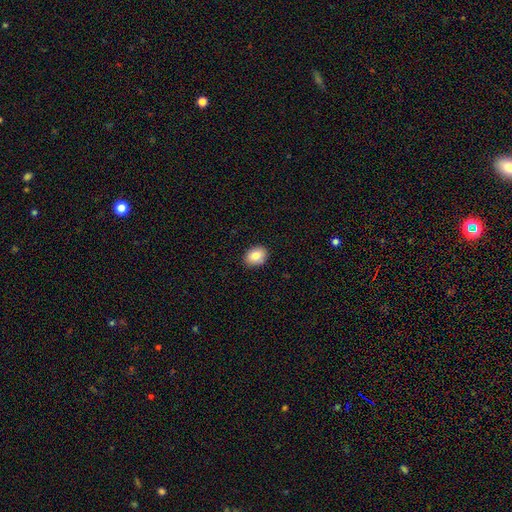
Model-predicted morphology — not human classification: Smooth or featured?
  - smooth: 82% *
  - featured or disk: 10%
  - star or artifact: 8%
How rounded?
  - in between: 63% *
  - round: 36%
  - cigar-shaped: 1%
Merging?
  - none: 89% *
  - minor disturbance: 8%
  - major disturbance: 2%
  - merger: 1%